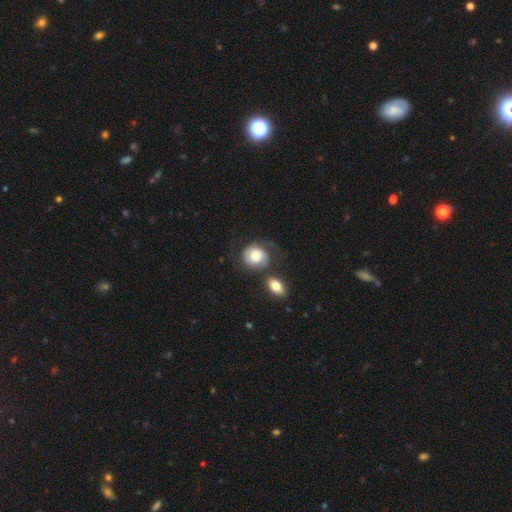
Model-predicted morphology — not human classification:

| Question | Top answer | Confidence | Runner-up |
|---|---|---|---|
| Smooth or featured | smooth | 49% | featured or disk (44%) |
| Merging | none | 46% | minor disturbance (21%) |